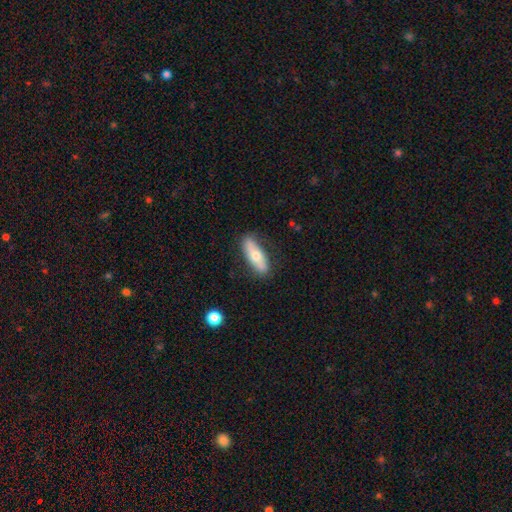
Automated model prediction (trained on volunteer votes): This is likely a smooth galaxy (64%). How rounded: possibly in between (56%). Merging: clearly none (82%).